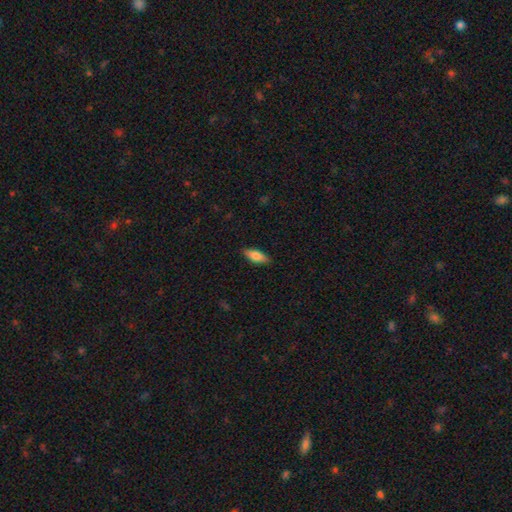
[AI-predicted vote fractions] Smooth or featured: smooth — 79% (featured or disk — 15%)
How rounded: in between — 72% (cigar-shaped — 26%)
Merging: none — 87% (minor disturbance — 10%)